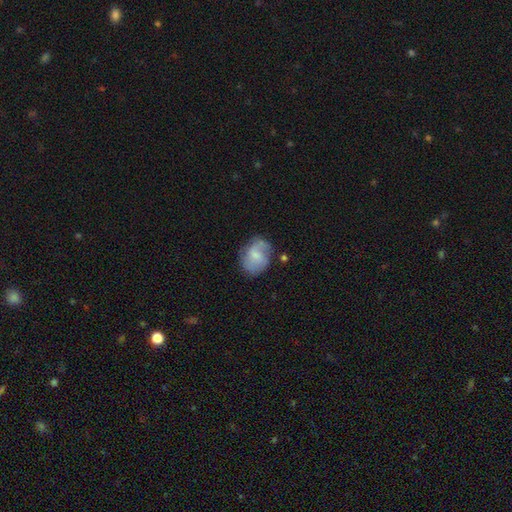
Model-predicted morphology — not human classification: Overall: smooth (49%; featured or disk 44%). Merging: none (58%; minor disturbance 26%).